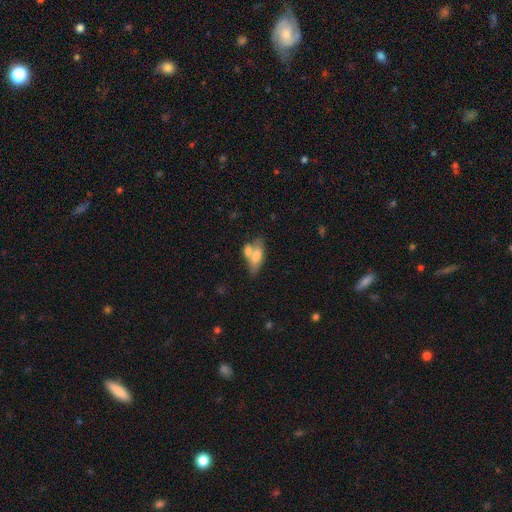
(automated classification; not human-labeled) Smooth or featured: smooth — 68% (featured or disk — 25%)
How rounded: in between — 74% (cigar-shaped — 22%)
Merging: merger — 45% (none — 35%)